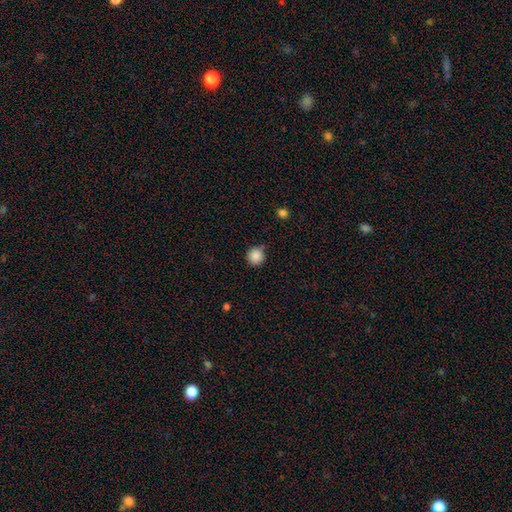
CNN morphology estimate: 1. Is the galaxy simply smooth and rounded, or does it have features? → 87% smooth, 10% star or artifact, 3% featured or disk.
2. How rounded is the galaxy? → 94% round, 5% in between, 1% cigar-shaped.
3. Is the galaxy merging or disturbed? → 80% none, 13% minor disturbance, 3% merger, 3% major disturbance.